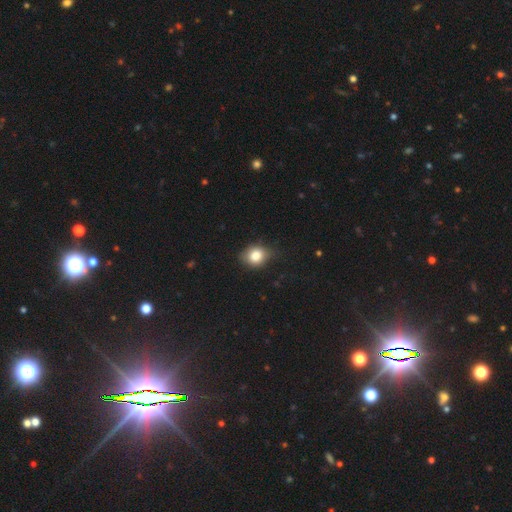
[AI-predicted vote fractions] smooth_or_featured: smooth (p=0.83) [alt: star or artifact p=0.10]
how_rounded: round (p=0.59) [alt: in between p=0.40]
merging: none (p=0.68) [alt: minor disturbance p=0.26]